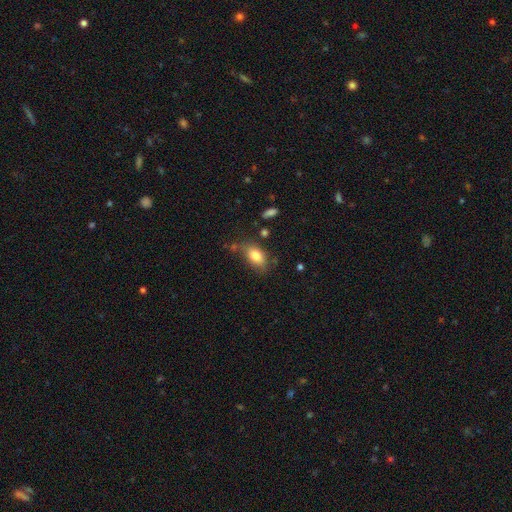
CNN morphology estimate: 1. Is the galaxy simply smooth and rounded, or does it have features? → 81% smooth, 11% featured or disk, 8% star or artifact.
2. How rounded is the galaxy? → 87% in between, 9% round, 3% cigar-shaped.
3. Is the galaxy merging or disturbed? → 63% none, 24% minor disturbance, 7% major disturbance, 6% merger.